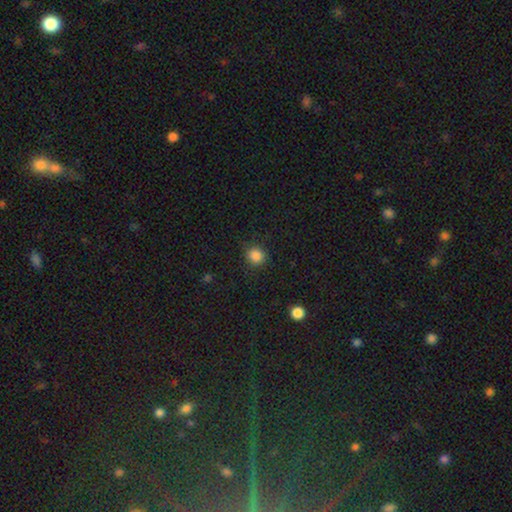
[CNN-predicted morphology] The model was most divided on "smooth or featured": smooth: 86%, star or artifact: 11%, featured or disk: 3%. More confident: merging — none (88%); how rounded — round (87%).